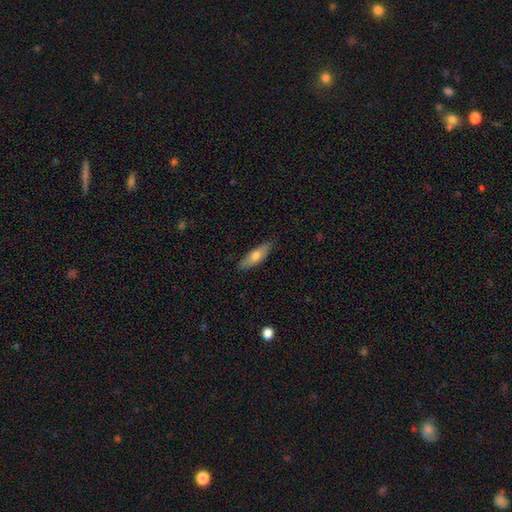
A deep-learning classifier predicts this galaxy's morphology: Q: Smooth or featured?
A: smooth (67%); runner-up: featured or disk (27%)
Q: How rounded?
A: in between (50%); runner-up: cigar-shaped (48%)
Q: Merging?
A: none (86%); runner-up: minor disturbance (11%)